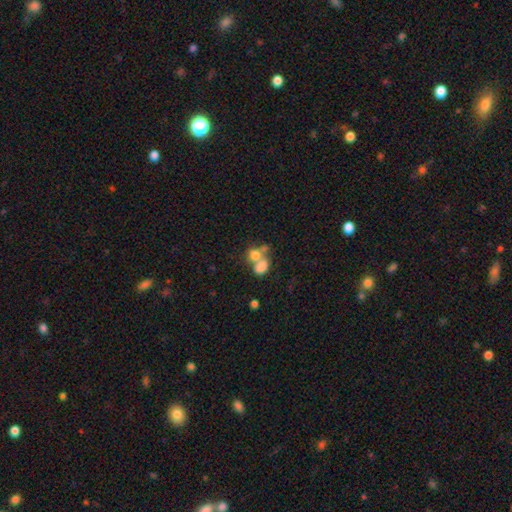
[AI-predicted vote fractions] Overall: smooth (72%). How rounded: round (50%; in between 49%). Merging: merger (61%; none 25%).